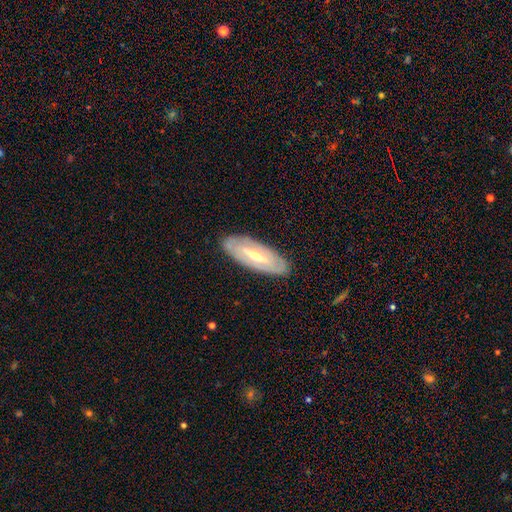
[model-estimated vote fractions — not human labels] smooth_or_featured: featured or disk (p=0.71) [alt: smooth p=0.24]
disk_edge_on: no (p=0.81) [alt: yes p=0.19]
bar: weak (p=0.41) [alt: strong p=0.37]
has_spiral_arms: yes (p=0.60) [alt: no p=0.40]
bulge_size: moderate (p=0.58) [alt: small p=0.36]
merging: none (p=0.86) [alt: minor disturbance p=0.11]